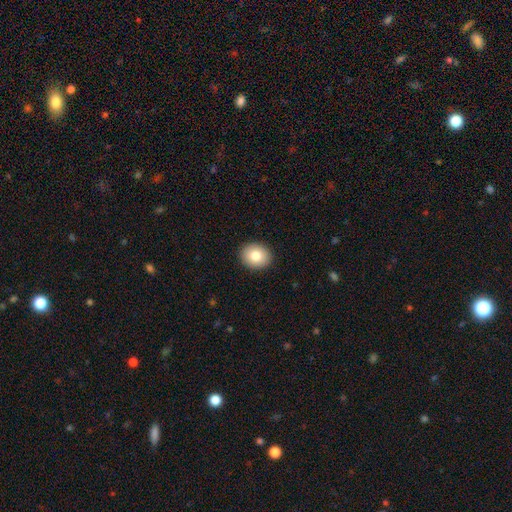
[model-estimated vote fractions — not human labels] smooth-or-featured: smooth: 82% | featured or disk: 9% | star or artifact: 8%
  how-rounded: round: 65% | in between: 35% | cigar-shaped: 1%
  merging: none: 92% | minor disturbance: 6% | major disturbance: 2% | merger: 1%